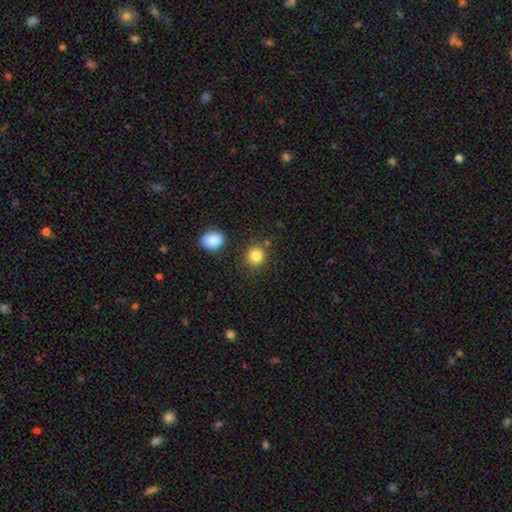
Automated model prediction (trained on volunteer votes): Q: Smooth or featured?
A: smooth (84%); runner-up: star or artifact (11%)
Q: How rounded?
A: round (86%); runner-up: in between (13%)
Q: Merging?
A: none (84%); runner-up: minor disturbance (8%)